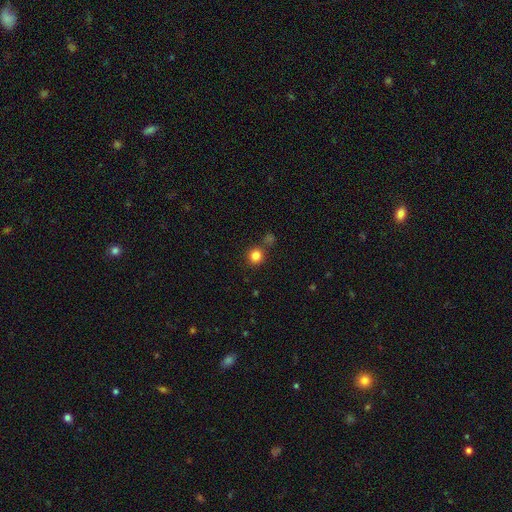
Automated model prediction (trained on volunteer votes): Q: Smooth or featured?
A: smooth (83%); runner-up: star or artifact (12%)
Q: How rounded?
A: round (90%); runner-up: in between (9%)
Q: Merging?
A: none (78%); runner-up: merger (10%)